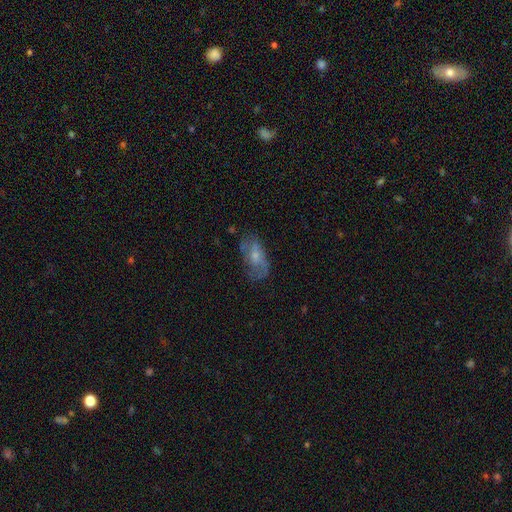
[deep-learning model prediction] Overall: featured or disk (46%; smooth 45%). Merging: none (54%; minor disturbance 26%).